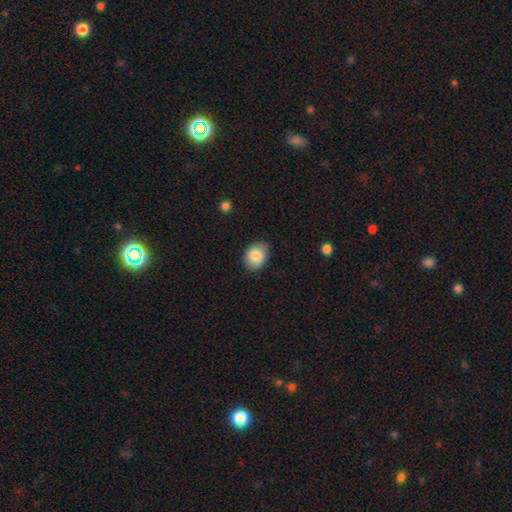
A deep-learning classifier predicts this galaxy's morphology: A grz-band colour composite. It shows a smooth galaxy with no disk features (86%) that is in between round and cigar-shaped (66%). Merging: none (81%).